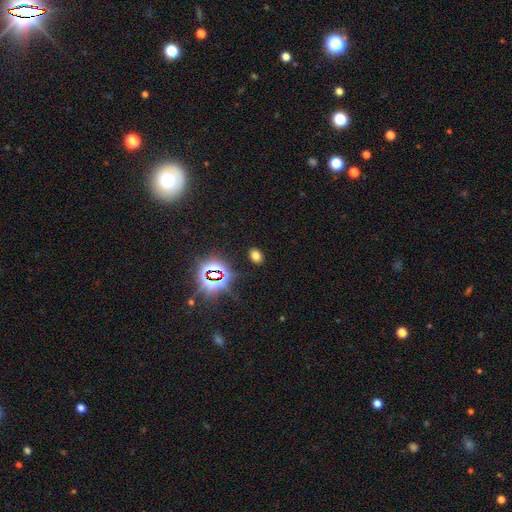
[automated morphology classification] Smooth or featured? smooth (65%)
How rounded? in between (77%)
Merging? none (87%)